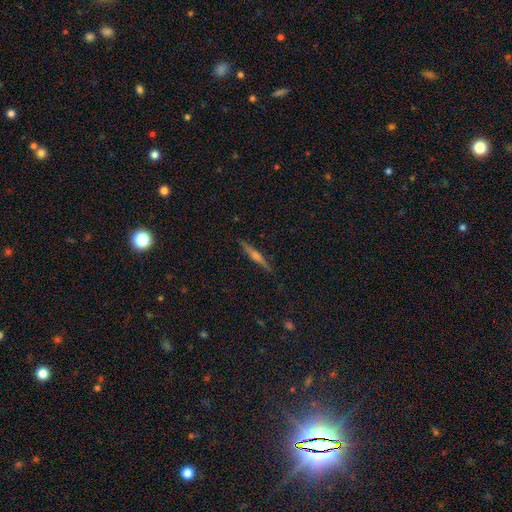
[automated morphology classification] smooth-or-featured: featured or disk: 68% | smooth: 24% | star or artifact: 8%
  disk-edge-on: yes: 98% | no: 2%
    edge-on-bulge: rounded: 74% | none: 15% | boxy: 12%
  merging: none: 91% | minor disturbance: 6% | major disturbance: 1% | merger: 1%